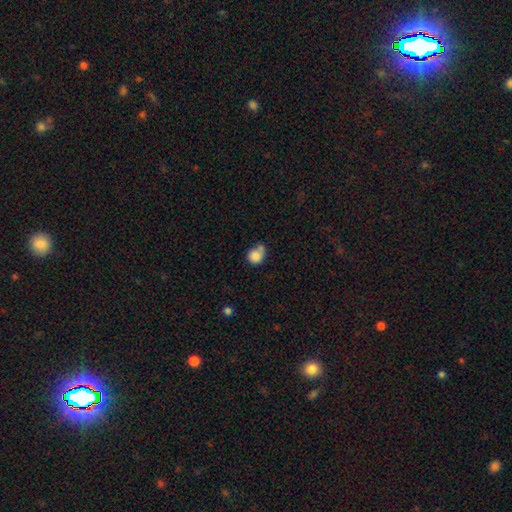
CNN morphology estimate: type=smooth (84%); roundness=round (76%); merging=none (41%).